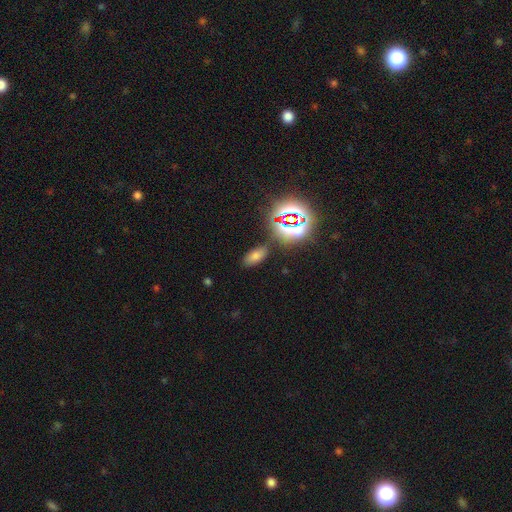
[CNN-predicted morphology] smooth-or-featured: smooth: 58% | star or artifact: 32% | featured or disk: 10%
  how-rounded: in between: 87% | round: 8% | cigar-shaped: 6%
  merging: none: 82% | minor disturbance: 10% | merger: 4% | major disturbance: 4%